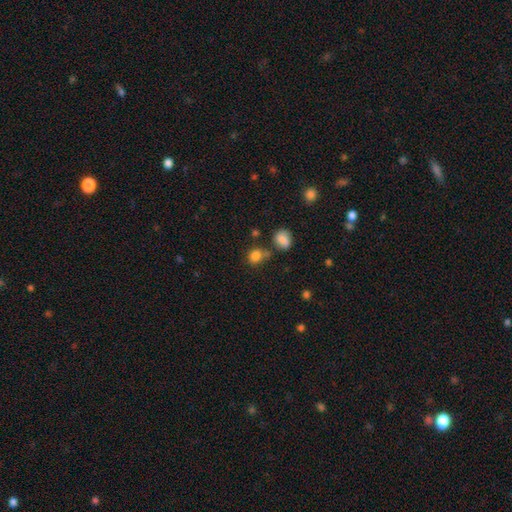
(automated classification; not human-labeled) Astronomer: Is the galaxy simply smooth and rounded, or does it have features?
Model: smooth — 81%.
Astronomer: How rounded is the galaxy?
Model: round — 66%.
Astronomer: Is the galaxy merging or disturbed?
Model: none — 57%.